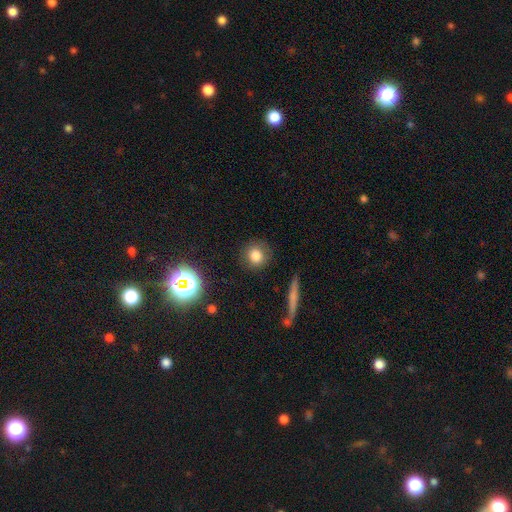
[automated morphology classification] Smooth or featured: smooth — 81% (star or artifact — 12%)
How rounded: round — 88% (in between — 10%)
Merging: none — 86% (minor disturbance — 9%)